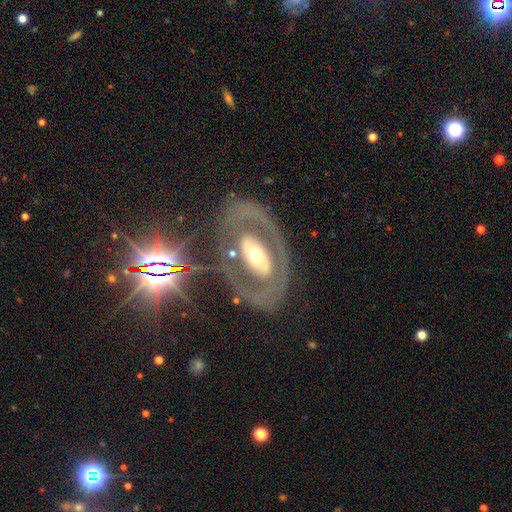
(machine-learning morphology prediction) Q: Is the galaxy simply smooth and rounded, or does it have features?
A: featured or disk — 72%.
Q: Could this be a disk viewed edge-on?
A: no — 92%.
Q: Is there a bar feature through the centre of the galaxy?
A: no — 50%.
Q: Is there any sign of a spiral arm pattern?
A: no — 67%.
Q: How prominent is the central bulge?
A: moderate — 66%.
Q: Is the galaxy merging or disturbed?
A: none — 68%.